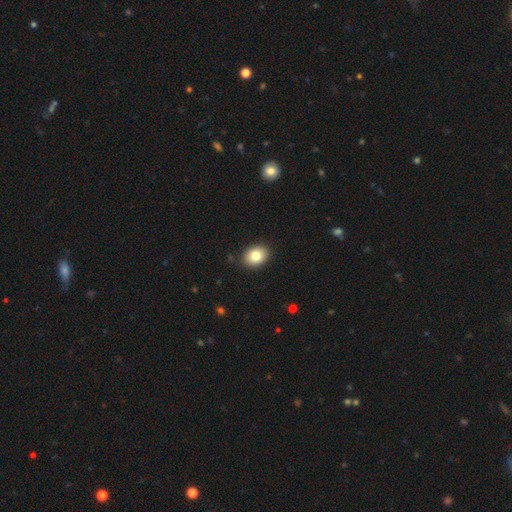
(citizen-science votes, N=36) Smooth or featured?
  - smooth: 86% *
  - featured or disk: 11%
  - star or artifact: 3%
How rounded?
  - in between: 58% *
  - round: 42%
  - cigar-shaped: 0%
Merging?
  - none: 91% *
  - minor disturbance: 9%
  - major disturbance: 0%
  - merger: 0%